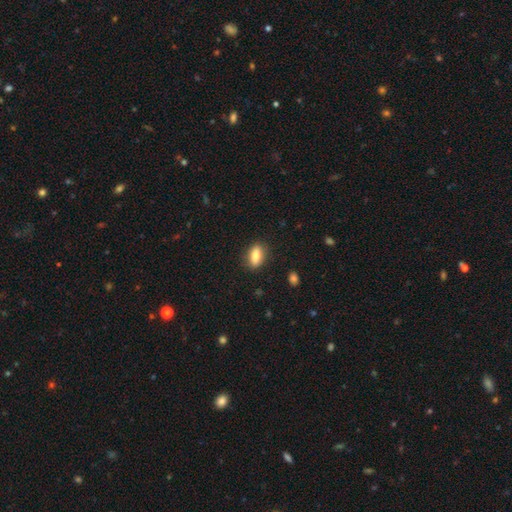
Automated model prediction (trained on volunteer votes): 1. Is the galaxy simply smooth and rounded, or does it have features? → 83% smooth, 10% featured or disk, 7% star or artifact.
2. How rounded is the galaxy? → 81% in between, 13% cigar-shaped, 6% round.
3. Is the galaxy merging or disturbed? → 86% none, 10% minor disturbance, 3% major disturbance, 1% merger.